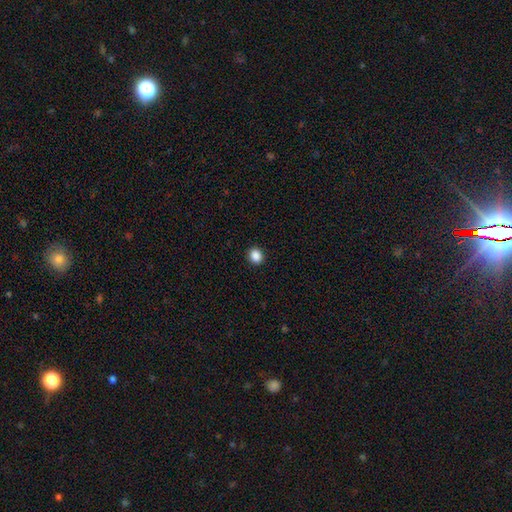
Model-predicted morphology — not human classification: This is clearly a smooth galaxy (88%). How rounded: likely round (75%). Merging: clearly none (92%).